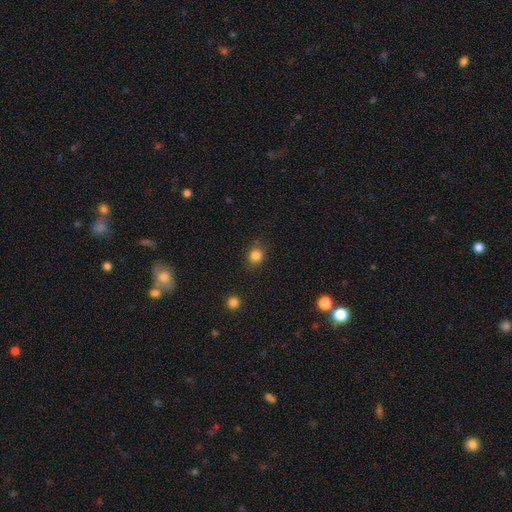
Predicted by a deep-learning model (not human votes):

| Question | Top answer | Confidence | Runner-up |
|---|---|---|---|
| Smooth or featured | smooth | 84% | star or artifact (12%) |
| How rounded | round | 80% | in between (19%) |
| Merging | none | 83% | minor disturbance (12%) |